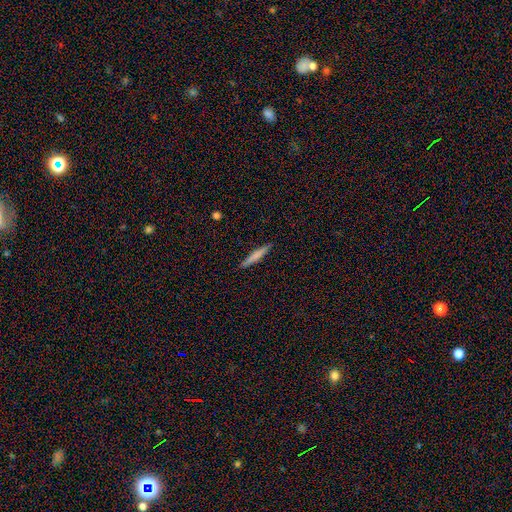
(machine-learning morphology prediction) Q: Smooth or featured?
A: smooth (70%); runner-up: featured or disk (24%)
Q: How rounded?
A: cigar-shaped (94%); runner-up: in between (5%)
Q: Merging?
A: none (90%); runner-up: minor disturbance (8%)